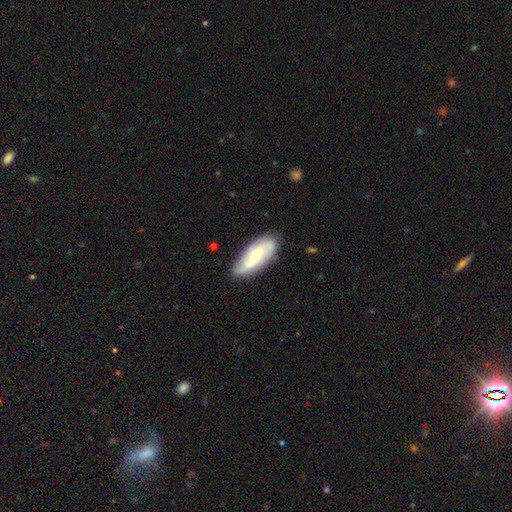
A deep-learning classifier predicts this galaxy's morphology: A featured or disk galaxy (56%) with no bar (51%), spiral arms (90%) and a moderate central bulge (46%).

Vote fractions:
- Smooth or featured? featured or disk: 56% / smooth: 38% / star or artifact: 6%
- Edge-on disk? no: 91% / yes: 9%
- Bar? no: 51% / weak: 39% / strong: 10%
- Spiral arms? yes: 90% / no: 10%
- Bulge size? moderate: 46% / small: 37% / large: 9% / none: 7% / dominant: 2%
- Merging? none: 78% / minor disturbance: 17% / major disturbance: 4% / merger: 2%